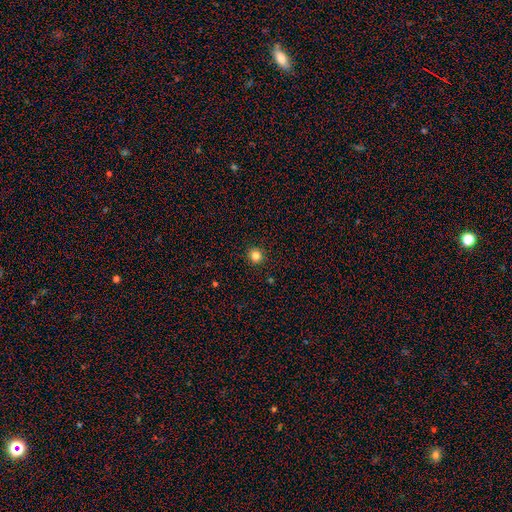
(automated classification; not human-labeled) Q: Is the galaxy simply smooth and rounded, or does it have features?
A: smooth — 83%.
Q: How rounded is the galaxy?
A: round — 94%.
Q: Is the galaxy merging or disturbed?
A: none — 93%.